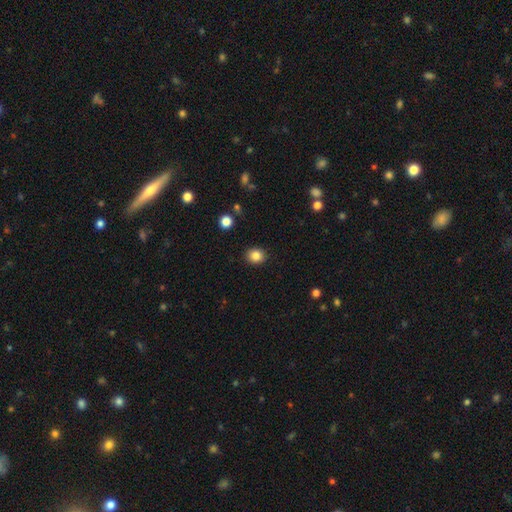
Volunteers were most divided on "how rounded": round: 70%, in between: 30%, cigar-shaped: 0%. More confident: smooth or featured — smooth (87%); merging — none (85%).